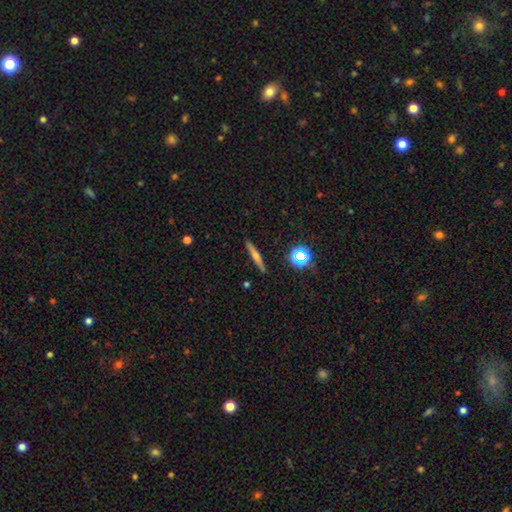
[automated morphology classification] Smooth or featured? Predicted: featured or disk (p=0.46). Merging? Predicted: none (p=0.89).